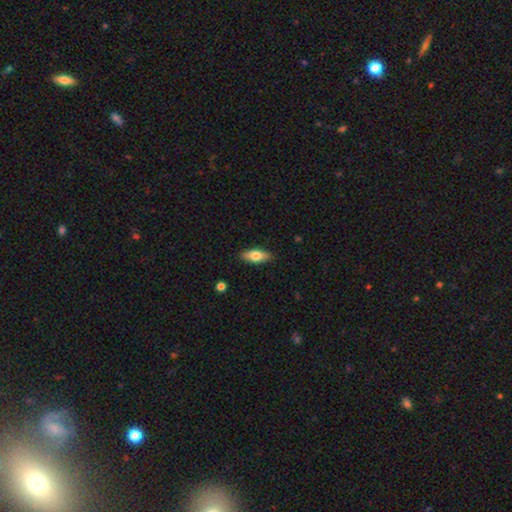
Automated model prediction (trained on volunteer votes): This appears to be a smooth galaxy with no disk features (71%) that is in between round and cigar-shaped (78%). Merging: none (88%).